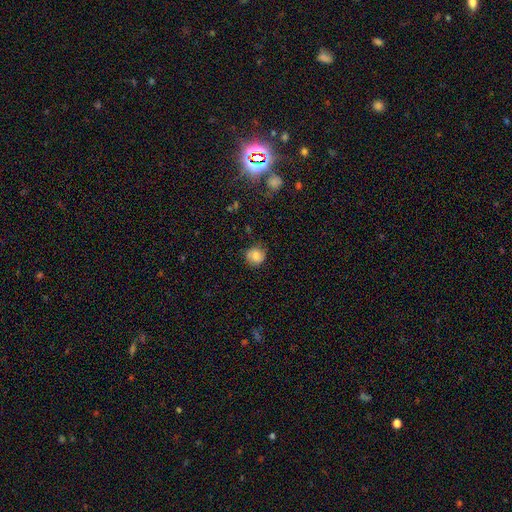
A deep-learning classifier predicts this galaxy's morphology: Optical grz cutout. It shows a smooth galaxy with no disk features (75%) that is round (88%). Merging: none (80%).